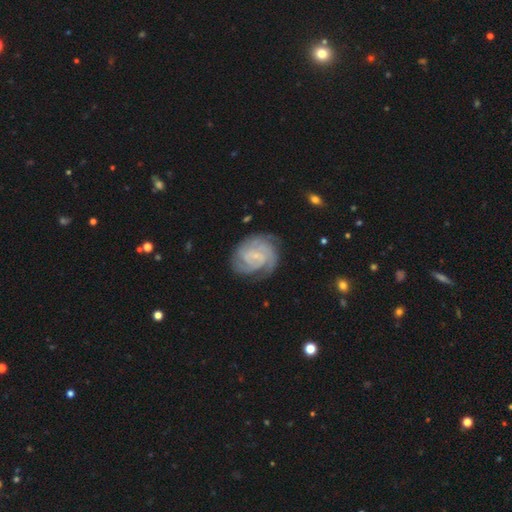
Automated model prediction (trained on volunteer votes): smooth-or-featured: featured or disk: 84% | smooth: 10% | star or artifact: 6%
  disk-edge-on: no: 98% | yes: 2%
    bar: weak: 45% | no: 44% | strong: 11%
    has-spiral-arms: yes: 97% | no: 3%
      spiral-winding: tight: 66% | medium: 28% | loose: 5%
      spiral-arm-count: 2: 29% | 3: 26% | can't tell: 25% | 4: 8% | 1: 6% | more than 4: 6%
    bulge-size: small: 67% | none: 19% | moderate: 11% | large: 1% | dominant: 1%
  merging: none: 72% | minor disturbance: 18% | major disturbance: 8% | merger: 2%